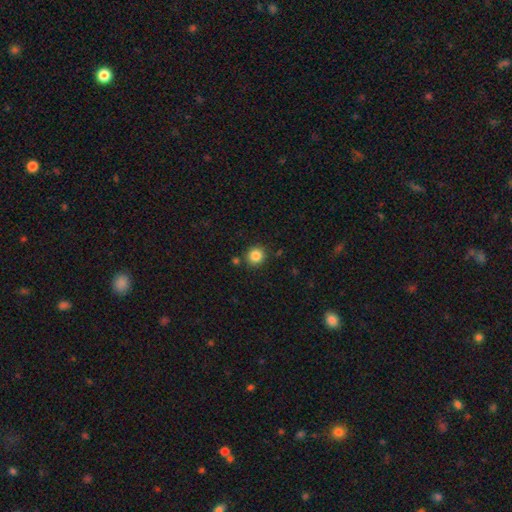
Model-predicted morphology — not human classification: Q: Smooth or featured?
A: smooth (85%); runner-up: star or artifact (10%)
Q: How rounded?
A: round (91%); runner-up: in between (8%)
Q: Merging?
A: none (86%); runner-up: minor disturbance (7%)